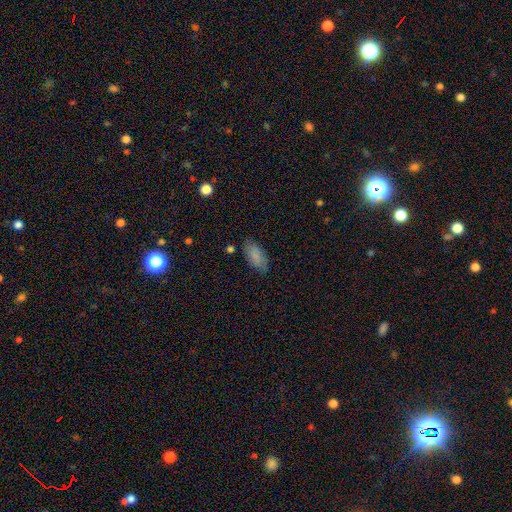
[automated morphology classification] A smooth galaxy with no disk features (83%) that is in between round and cigar-shaped (90%).

Vote fractions:
- Smooth or featured? smooth: 83% / featured or disk: 10% / star or artifact: 7%
- How rounded? in between: 90% / cigar-shaped: 7% / round: 2%
- Merging? none: 77% / minor disturbance: 17% / major disturbance: 4% / merger: 2%